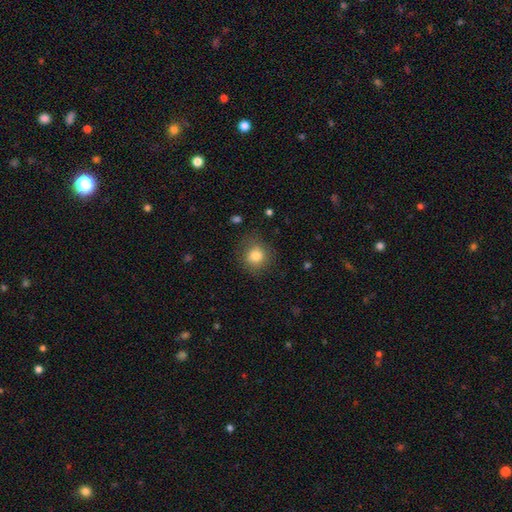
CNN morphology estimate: Overall: smooth (81%). How rounded: round (85%). Merging: none (79%).